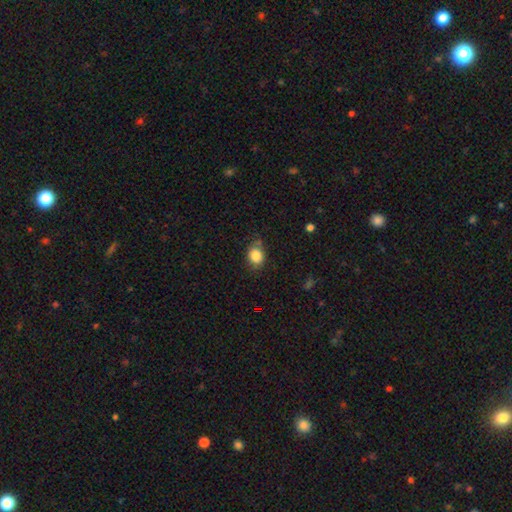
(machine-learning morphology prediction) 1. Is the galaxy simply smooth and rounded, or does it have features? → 84% smooth, 10% star or artifact, 7% featured or disk.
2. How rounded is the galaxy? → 50% in between, 49% round, 1% cigar-shaped.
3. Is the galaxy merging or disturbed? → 71% none, 22% minor disturbance, 5% major disturbance, 3% merger.